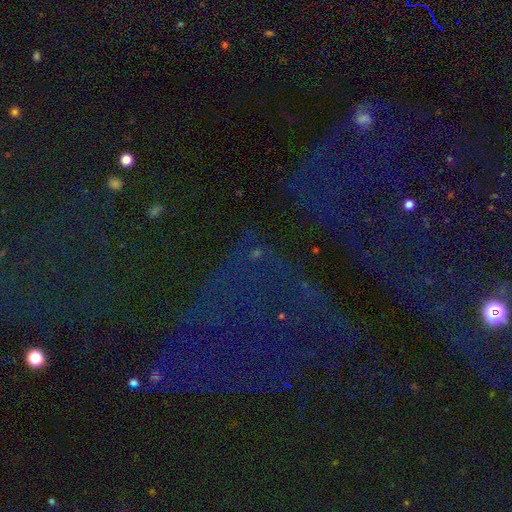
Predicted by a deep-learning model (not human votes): star or artifact 79%, smooth 11%, featured or disk 10%.